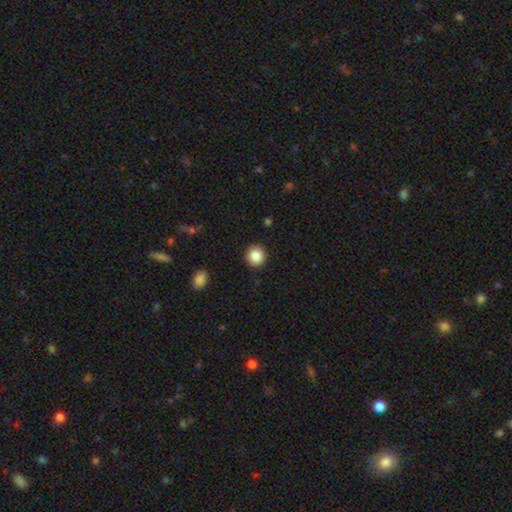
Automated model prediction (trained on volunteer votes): smooth-or-featured: smooth: 86% | star or artifact: 9% | featured or disk: 5%
  how-rounded: round: 91% | in between: 9% | cigar-shaped: 1%
  merging: none: 92% | minor disturbance: 5% | major disturbance: 2% | merger: 1%